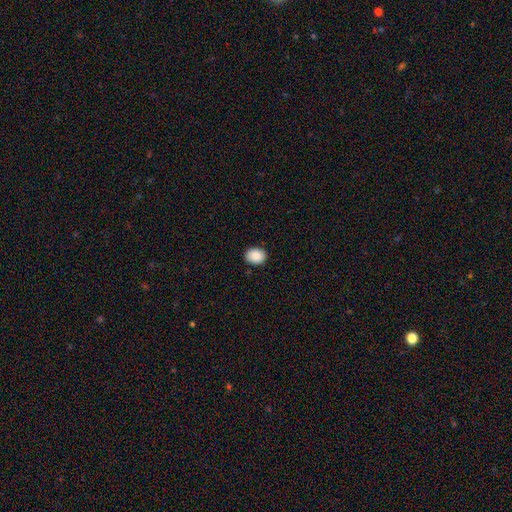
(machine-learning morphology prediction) type=smooth (90%); roundness=in between (55%); merging=none (88%).